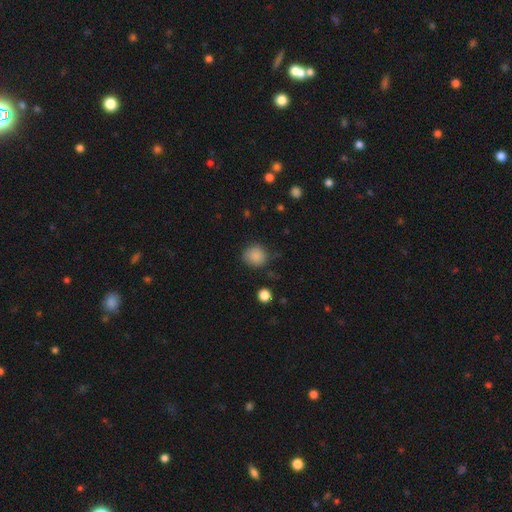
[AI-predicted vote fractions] Morphology: type=smooth (86%); roundness=round (81%); merging=none (77%).